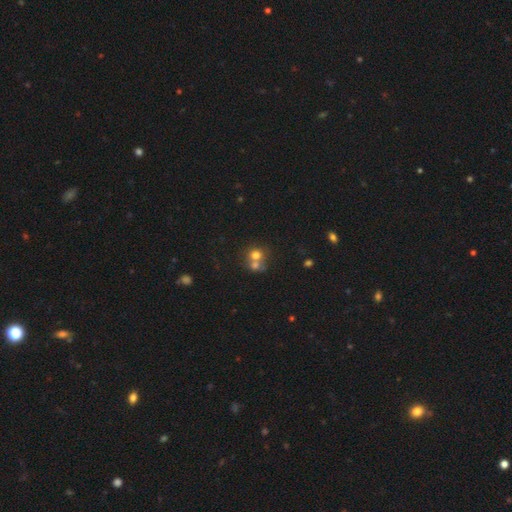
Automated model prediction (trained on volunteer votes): Smooth or featured? Predicted: smooth (p=0.69). How rounded? Predicted: round (p=0.79). Merging? Predicted: merger (p=0.57).